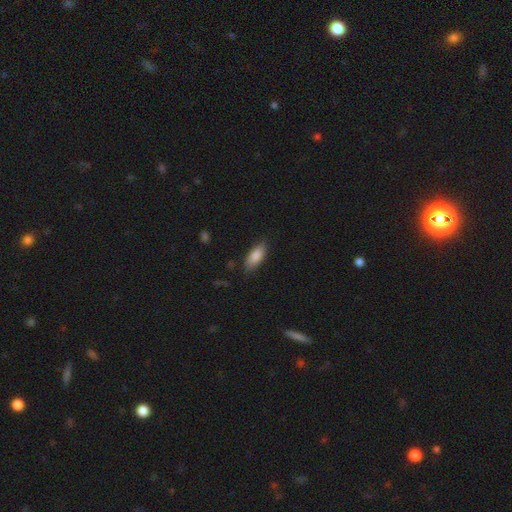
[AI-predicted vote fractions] smooth 85%, featured or disk 8%, star or artifact 6%. Down the decision tree: how rounded — in between (81%); merging — none (81%).